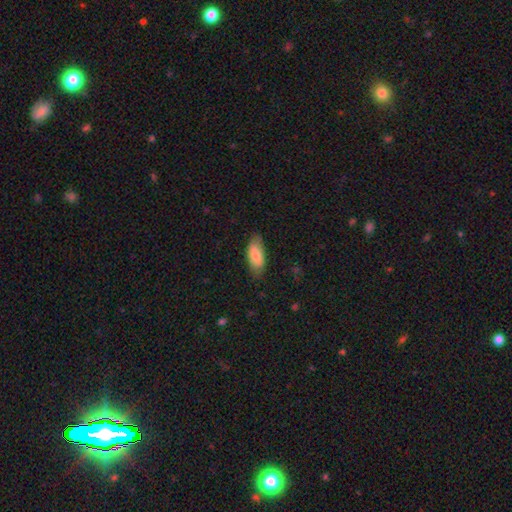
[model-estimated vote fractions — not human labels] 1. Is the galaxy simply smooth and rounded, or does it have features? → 80% smooth, 14% featured or disk, 6% star or artifact.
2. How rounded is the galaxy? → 83% in between, 15% cigar-shaped, 2% round.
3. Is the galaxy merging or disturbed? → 77% none, 19% minor disturbance, 4% major disturbance, 1% merger.